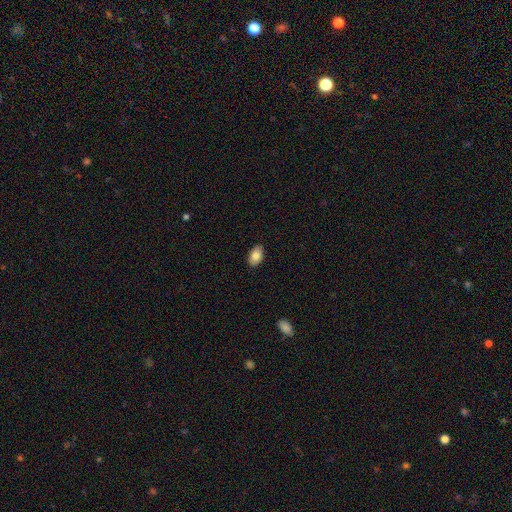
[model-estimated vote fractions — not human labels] Smooth or featured? smooth (84%)
How rounded? in between (92%)
Merging? none (89%)